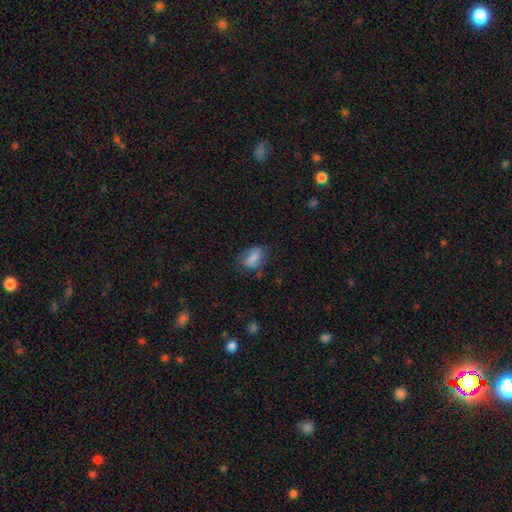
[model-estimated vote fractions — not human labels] smooth-or-featured: smooth: 69% | featured or disk: 23% | star or artifact: 9%
  how-rounded: in between: 84% | round: 12% | cigar-shaped: 4%
  merging: none: 56% | minor disturbance: 28% | major disturbance: 13% | merger: 2%